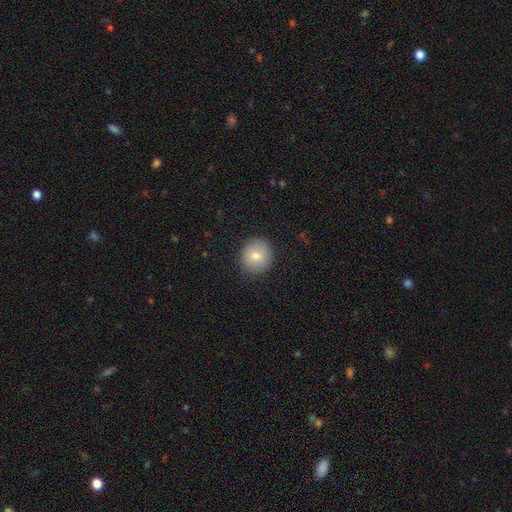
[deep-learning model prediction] Smooth or featured? smooth (75%)
How rounded? round (90%)
Merging? none (89%)